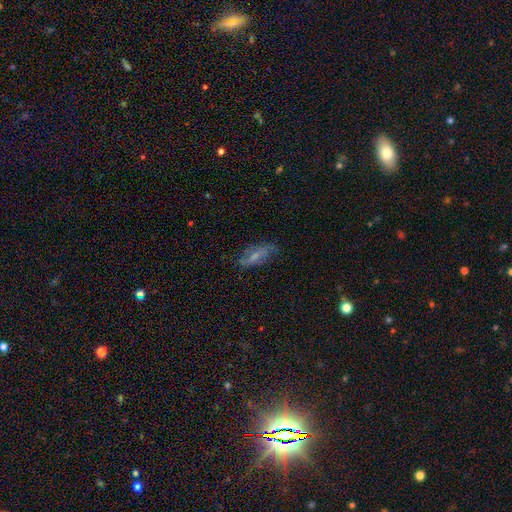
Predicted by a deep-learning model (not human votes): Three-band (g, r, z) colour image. It shows a featured or disk galaxy (52%). Merging: none (64%).